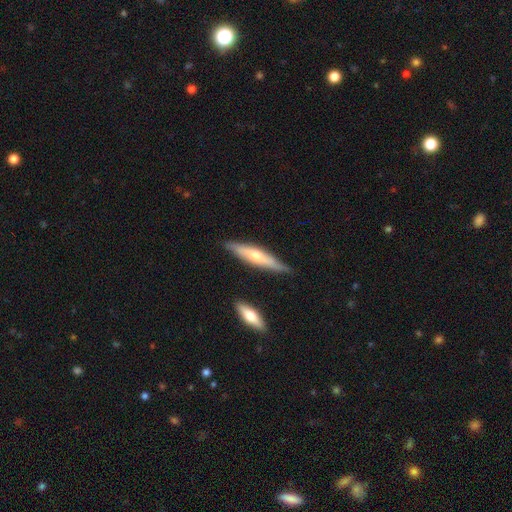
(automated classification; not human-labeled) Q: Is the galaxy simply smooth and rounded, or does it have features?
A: featured or disk — 53%.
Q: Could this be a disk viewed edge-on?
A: yes — 90%.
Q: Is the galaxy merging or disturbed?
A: none — 83%.